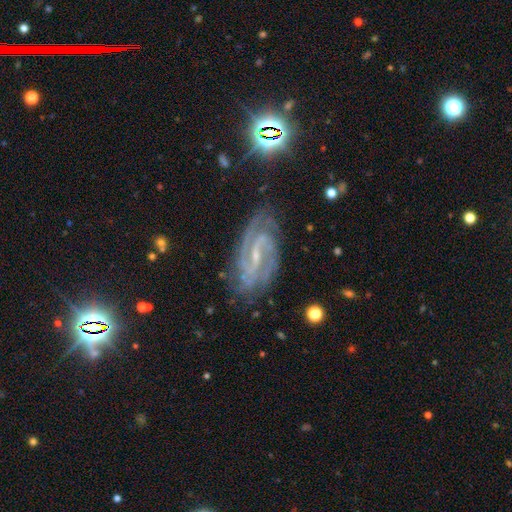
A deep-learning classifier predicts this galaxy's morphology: A featured or disk galaxy (88%) with a weak bar (47%), 2 (79%) medium (47%) spiral arms (98%) and a small central bulge (72%). Merging: none (78%).